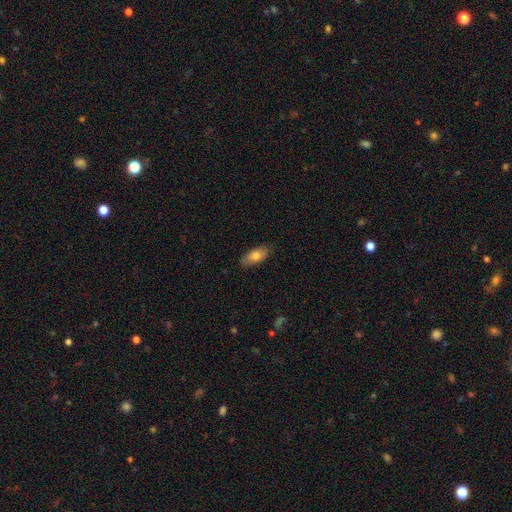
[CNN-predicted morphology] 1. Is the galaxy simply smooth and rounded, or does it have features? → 77% smooth, 17% featured or disk, 7% star or artifact.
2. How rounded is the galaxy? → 86% in between, 11% cigar-shaped, 3% round.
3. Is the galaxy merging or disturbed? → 83% none, 14% minor disturbance, 3% major disturbance, 1% merger.